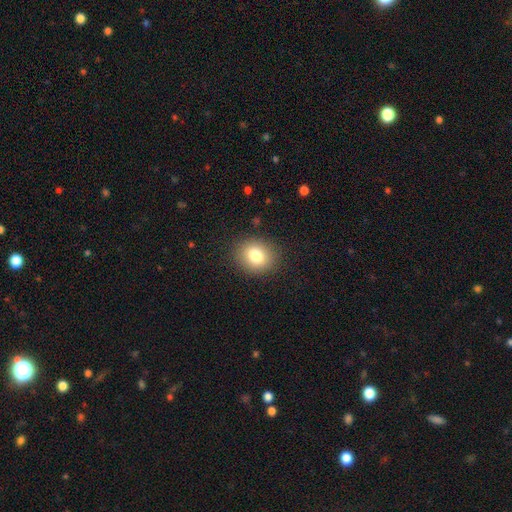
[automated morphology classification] smooth_or_featured: smooth (p=0.80) [alt: star or artifact p=0.10]
how_rounded: round (p=0.66) [alt: in between p=0.33]
merging: none (p=0.88) [alt: minor disturbance p=0.08]